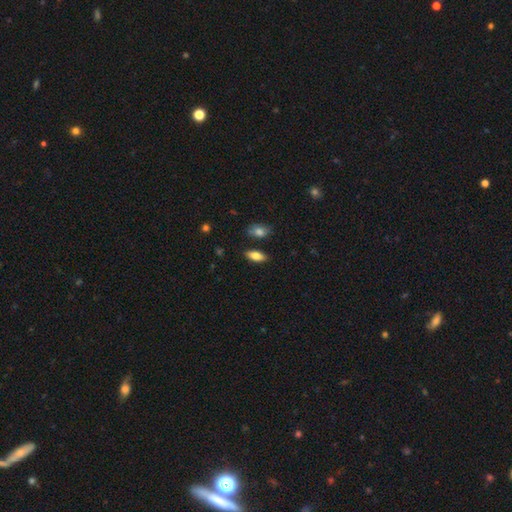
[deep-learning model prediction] Smooth or featured: smooth — 81% (featured or disk — 12%)
How rounded: in between — 86% (cigar-shaped — 11%)
Merging: none — 83% (minor disturbance — 10%)